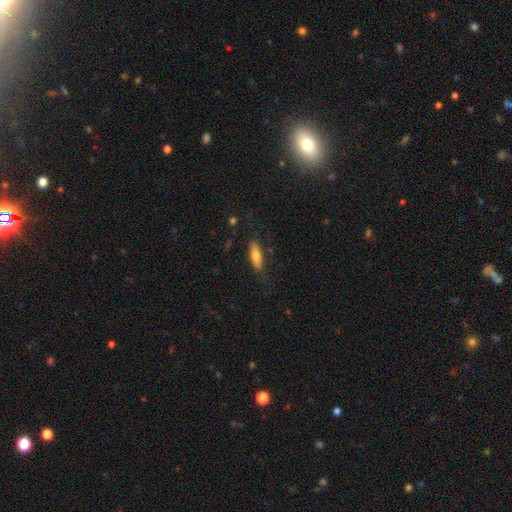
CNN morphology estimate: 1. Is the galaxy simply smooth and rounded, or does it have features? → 71% smooth, 23% featured or disk, 6% star or artifact.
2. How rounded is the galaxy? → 54% in between, 44% cigar-shaped, 2% round.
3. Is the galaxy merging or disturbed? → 75% none, 17% minor disturbance, 6% major disturbance, 2% merger.